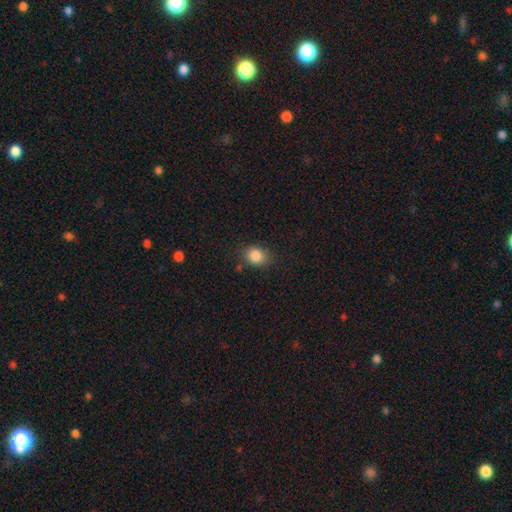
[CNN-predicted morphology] smooth_or_featured: smooth (p=0.86) [alt: star or artifact p=0.09]
how_rounded: round (p=0.50) [alt: in between p=0.49]
merging: none (p=0.77) [alt: minor disturbance p=0.16]